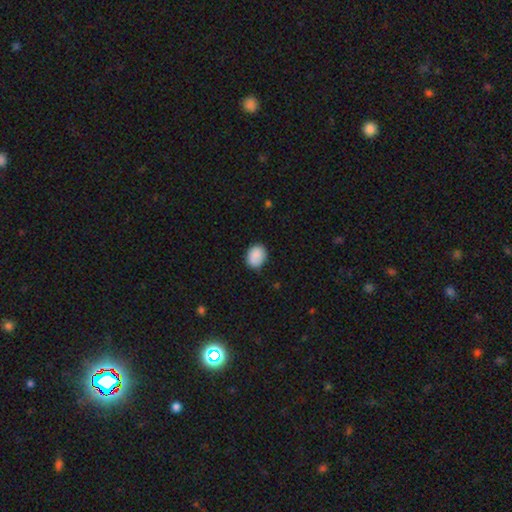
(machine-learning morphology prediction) Smooth or featured? smooth (88%)
How rounded? in between (53%)
Merging? none (78%)